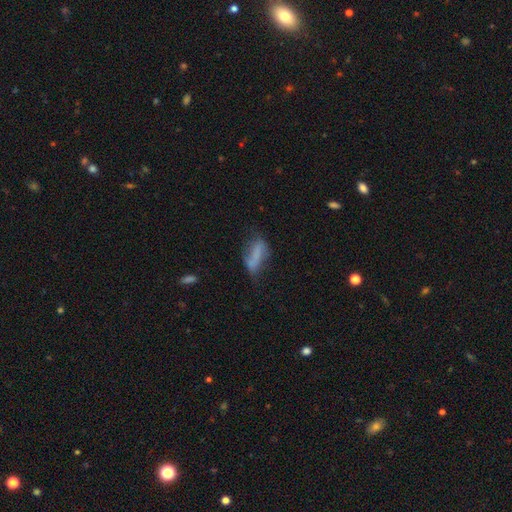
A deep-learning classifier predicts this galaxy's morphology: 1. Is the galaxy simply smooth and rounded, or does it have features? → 61% smooth, 28% featured or disk, 11% star or artifact.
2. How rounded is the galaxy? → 66% in between, 31% cigar-shaped, 4% round.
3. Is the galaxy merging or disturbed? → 43% none, 30% minor disturbance, 19% major disturbance, 8% merger.